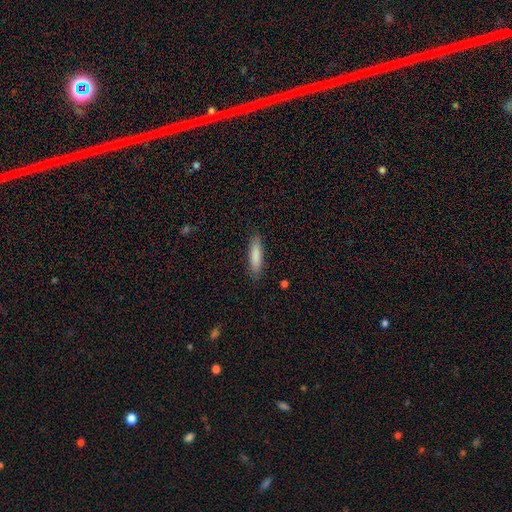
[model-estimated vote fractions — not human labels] Overall: smooth (85%). How rounded: cigar-shaped (74%). Merging: none (87%).